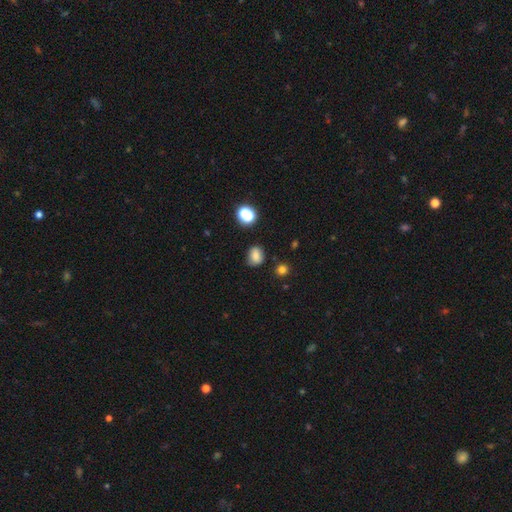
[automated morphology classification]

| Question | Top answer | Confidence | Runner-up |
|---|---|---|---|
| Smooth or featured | smooth | 78% | star or artifact (13%) |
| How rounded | round | 52% | in between (47%) |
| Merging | none | 76% | minor disturbance (17%) |